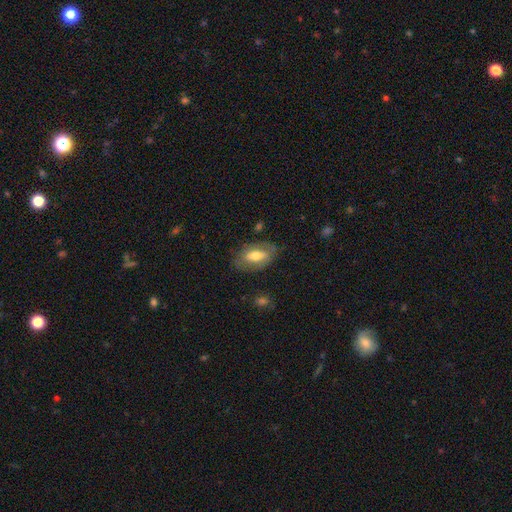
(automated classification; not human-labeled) smooth_or_featured: smooth (p=0.51) [alt: featured or disk p=0.42]
how_rounded: in between (p=0.88) [alt: round p=0.06]
merging: none (p=0.74) [alt: minor disturbance p=0.18]